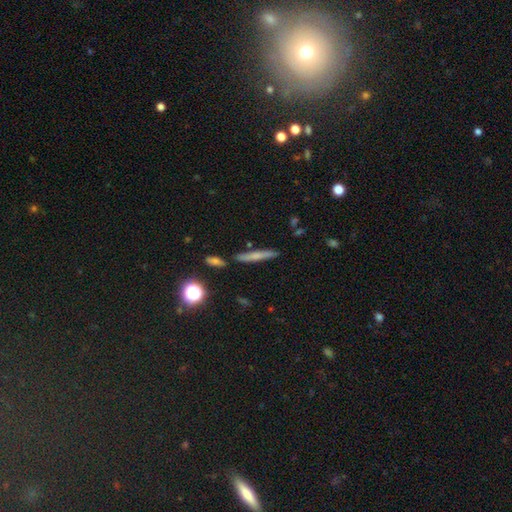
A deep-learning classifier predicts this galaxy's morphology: Overall: smooth (55%; featured or disk 35%). How rounded: cigar-shaped (90%). Merging: none (82%).